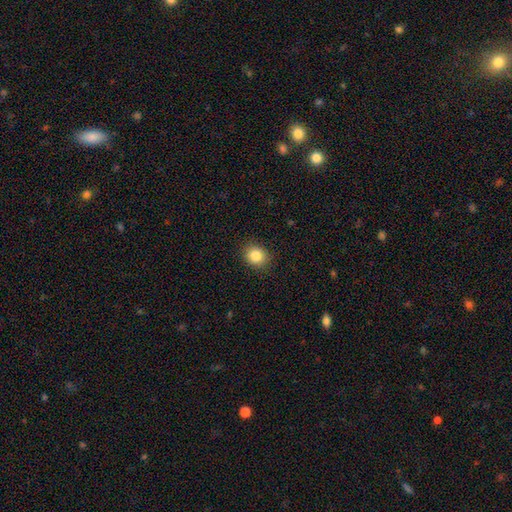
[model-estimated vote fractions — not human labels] Overall: smooth (84%). How rounded: round (71%). Merging: none (89%).